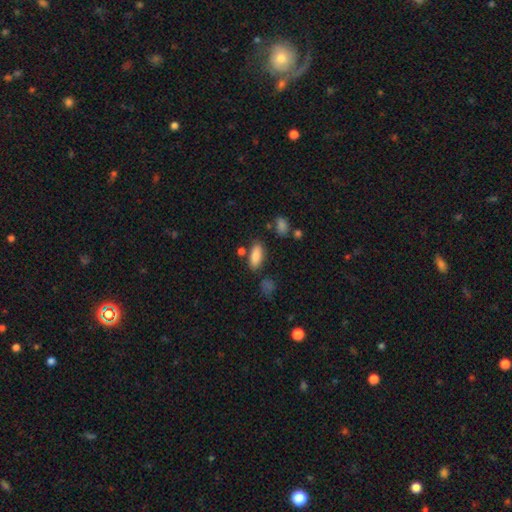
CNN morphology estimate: Smooth or featured: smooth — 86% (star or artifact — 8%)
How rounded: in between — 80% (cigar-shaped — 18%)
Merging: none — 77% (minor disturbance — 13%)